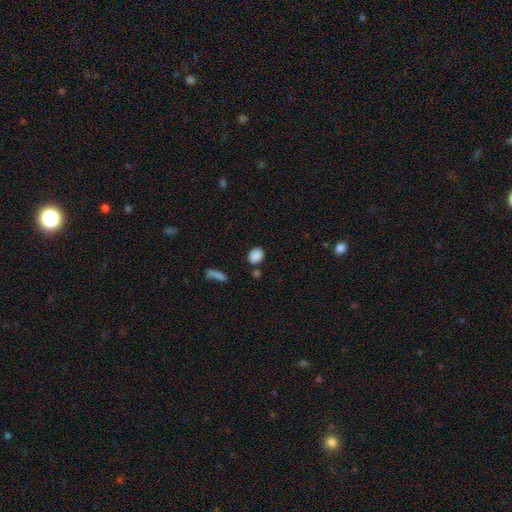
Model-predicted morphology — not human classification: smooth-or-featured: smooth: 87% | star or artifact: 8% | featured or disk: 4%
  how-rounded: in between: 63% | round: 35% | cigar-shaped: 2%
  merging: none: 79% | minor disturbance: 11% | merger: 7% | major disturbance: 3%